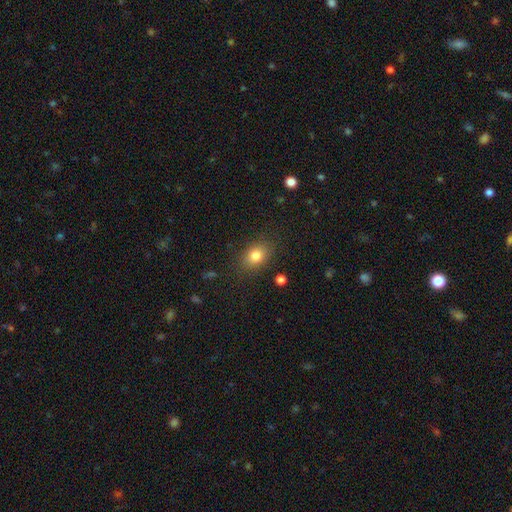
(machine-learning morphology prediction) Smooth or featured?
  - smooth: 81% *
  - star or artifact: 10%
  - featured or disk: 8%
How rounded?
  - in between: 69% *
  - round: 29%
  - cigar-shaped: 1%
Merging?
  - none: 83% *
  - minor disturbance: 11%
  - major disturbance: 4%
  - merger: 2%